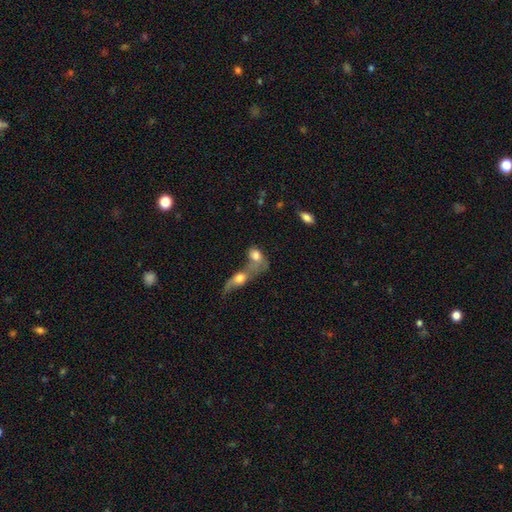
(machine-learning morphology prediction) smooth 65%, featured or disk 27%, star or artifact 9%. Down the decision tree: how rounded — in between (70%); merging — merger (70%).